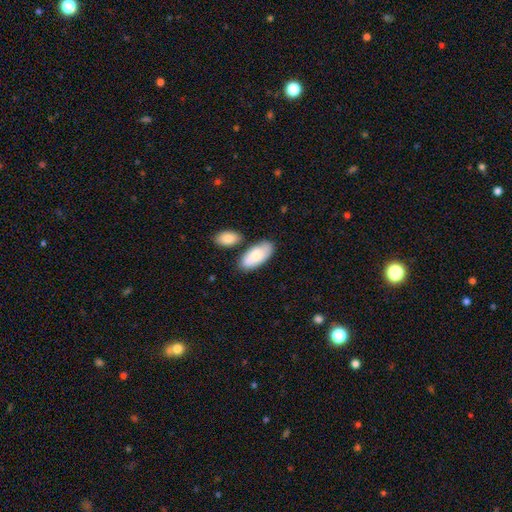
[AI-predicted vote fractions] This appears to be a smooth galaxy with no disk features (78%) that is in between round and cigar-shaped (92%). Merging: none (72%).